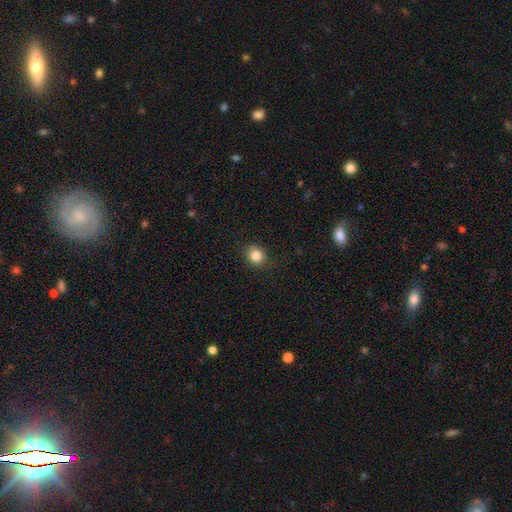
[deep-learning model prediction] Overall: smooth (84%). How rounded: round (76%). Merging: none (84%).